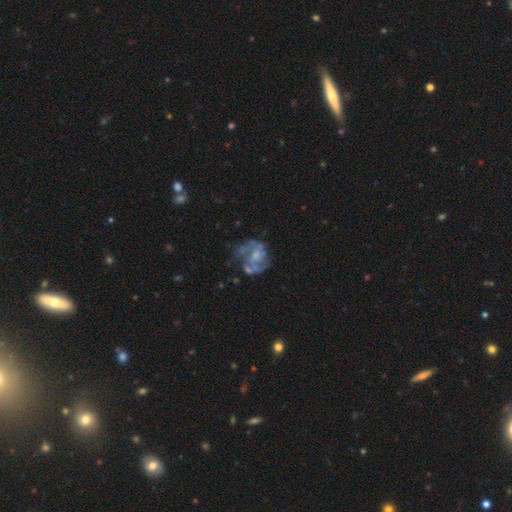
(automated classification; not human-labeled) smooth_or_featured: featured or disk (p=0.71) [alt: smooth p=0.21]
disk_edge_on: no (p=0.98) [alt: yes p=0.02]
bar: no (p=0.65) [alt: weak p=0.29]
has_spiral_arms: yes (p=0.61) [alt: no p=0.39]
bulge_size: moderate (p=0.35) [alt: small p=0.32]
merging: none (p=0.42) [alt: major disturbance p=0.26]